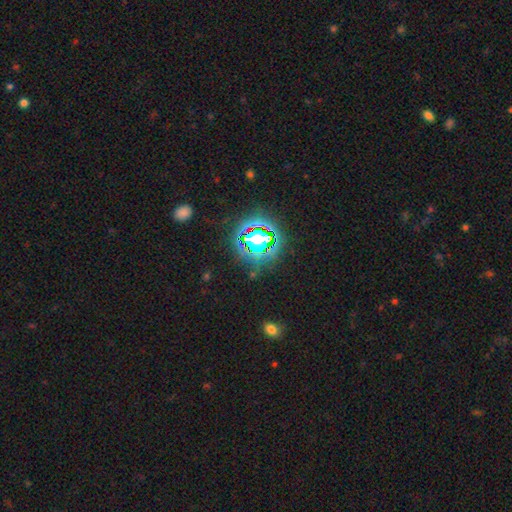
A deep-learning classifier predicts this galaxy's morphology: Q: Smooth or featured?
A: star or artifact (82%); runner-up: smooth (12%)